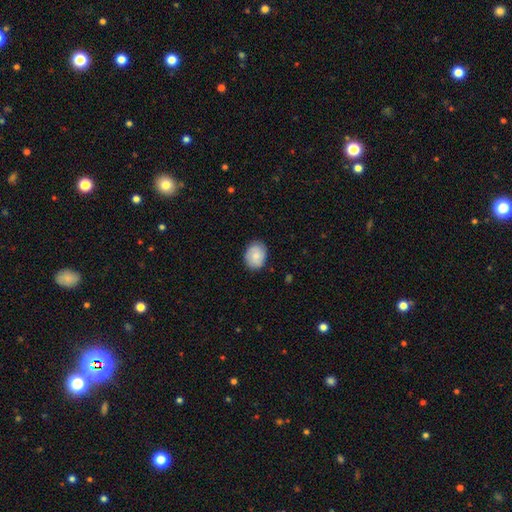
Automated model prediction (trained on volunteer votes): This is likely a smooth galaxy (74%). How rounded: possibly in between (58%). Merging: clearly none (83%).